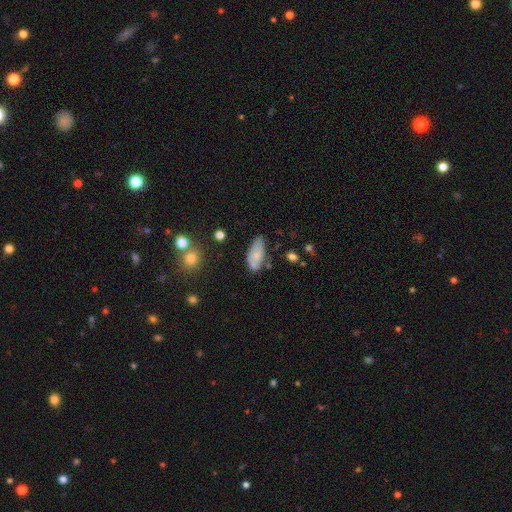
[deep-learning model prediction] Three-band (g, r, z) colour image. It shows a smooth galaxy with no disk features (73%) that is in between round and cigar-shaped (88%). Merging: none (62%).